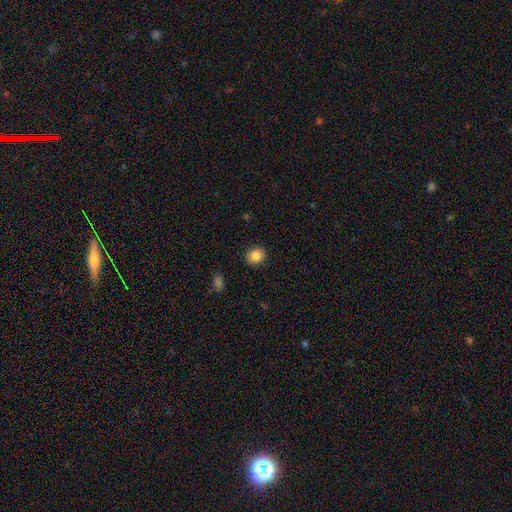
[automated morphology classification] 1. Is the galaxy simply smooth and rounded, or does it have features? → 85% smooth, 9% star or artifact, 6% featured or disk.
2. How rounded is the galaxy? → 67% round, 32% in between, 1% cigar-shaped.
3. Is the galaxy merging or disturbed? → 90% none, 7% minor disturbance, 2% major disturbance, 1% merger.